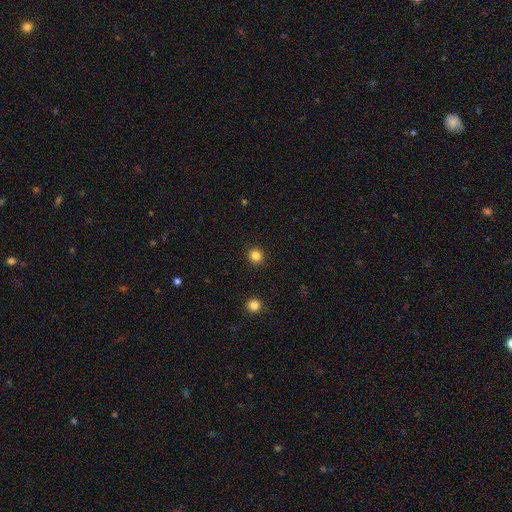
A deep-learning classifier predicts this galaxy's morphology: The model was most divided on "smooth or featured": smooth: 83%, star or artifact: 13%, featured or disk: 4%. More confident: how rounded — round (93%); merging — none (92%).